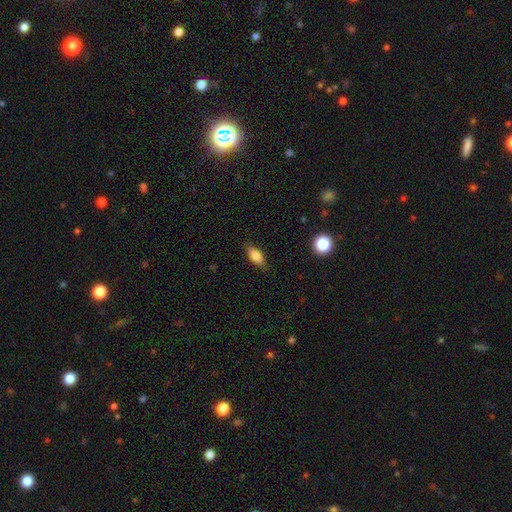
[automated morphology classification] smooth-or-featured: smooth: 78% | featured or disk: 14% | star or artifact: 8%
  how-rounded: in between: 83% | cigar-shaped: 12% | round: 5%
  merging: none: 80% | minor disturbance: 15% | major disturbance: 3% | merger: 1%